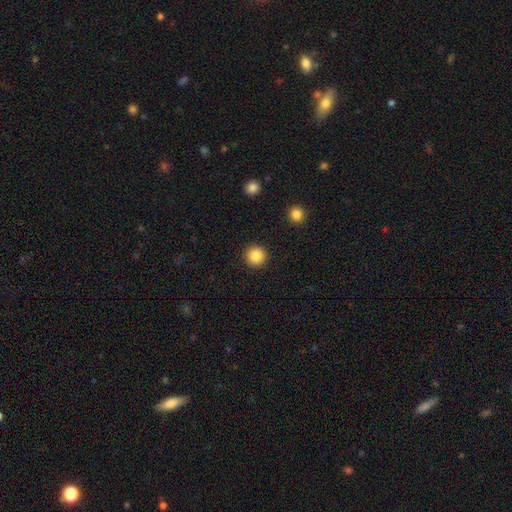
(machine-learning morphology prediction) A smooth galaxy with no disk features (87%) that is round (95%).

Vote fractions:
- Smooth or featured? smooth: 87% / star or artifact: 9% / featured or disk: 4%
- How rounded? round: 95% / in between: 4% / cigar-shaped: 1%
- Merging? none: 93% / minor disturbance: 4% / major disturbance: 2% / merger: 1%